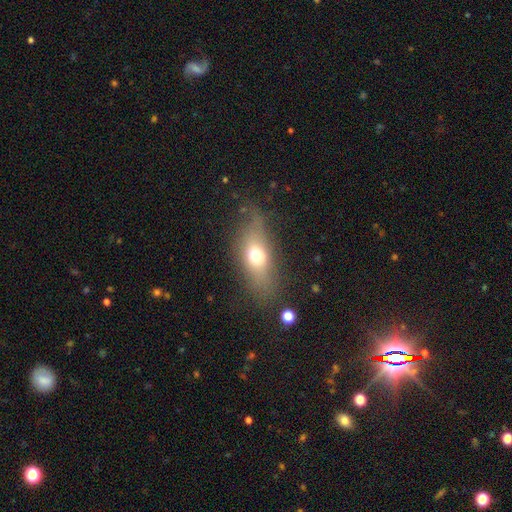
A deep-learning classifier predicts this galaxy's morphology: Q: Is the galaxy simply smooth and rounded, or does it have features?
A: smooth — 63%.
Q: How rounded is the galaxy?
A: in between — 69%.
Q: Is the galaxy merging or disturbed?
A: none — 66%.